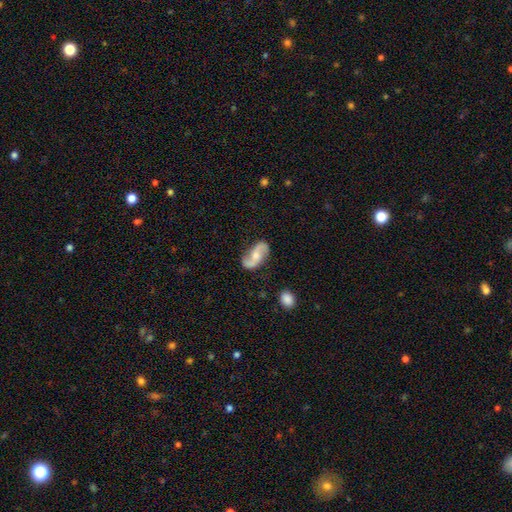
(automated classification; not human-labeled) This appears to be a featured or disk galaxy (81%) with no bar (49%), 2 (93%) loose (63%) spiral arms (95%) and a moderate central bulge (54%). Merging: none (77%).